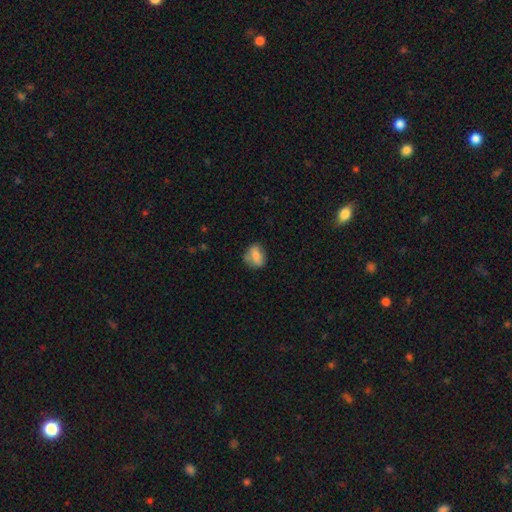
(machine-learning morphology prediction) Smooth or featured? smooth (76%)
How rounded? in between (65%)
Merging? none (64%)